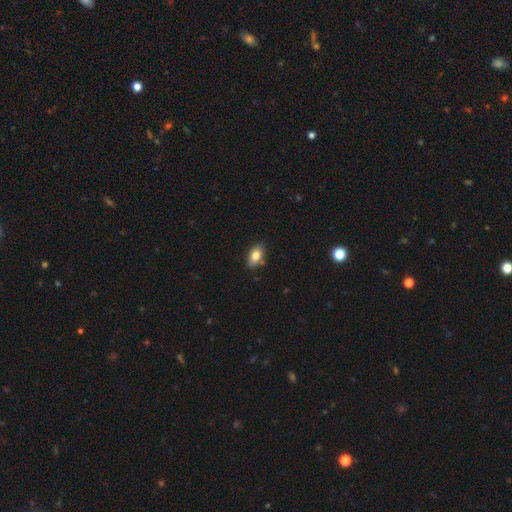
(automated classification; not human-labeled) The model was most divided on "merging": none: 82%, minor disturbance: 13%, merger: 3%, major disturbance: 2%. More confident: how rounded — in between (89%); smooth or featured — smooth (81%).